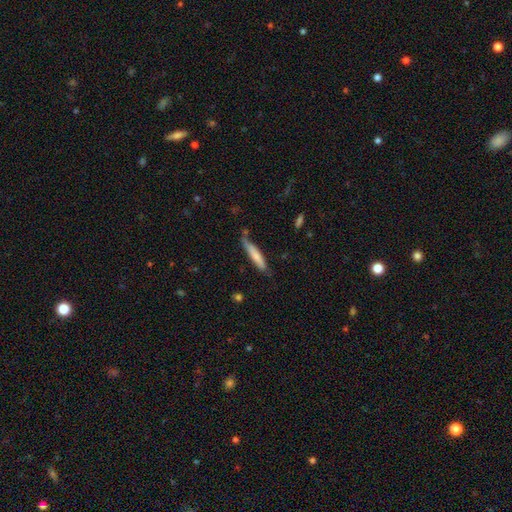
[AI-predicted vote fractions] A smooth galaxy with no disk features (69%) that is cigar-shaped (89%). Merging: none (65%).